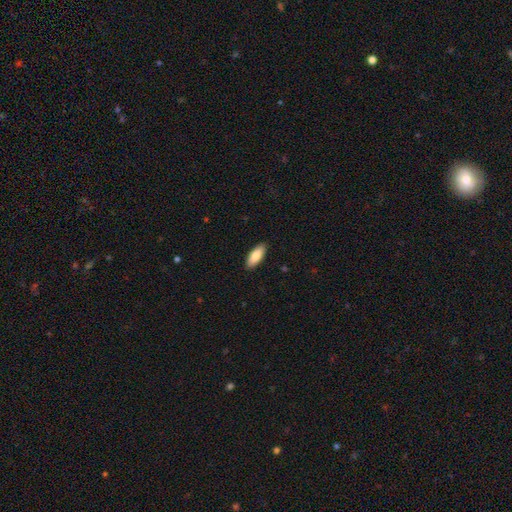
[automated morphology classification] This appears to be a smooth galaxy with no disk features (83%) that is in between round and cigar-shaped (78%). Merging: none (90%).